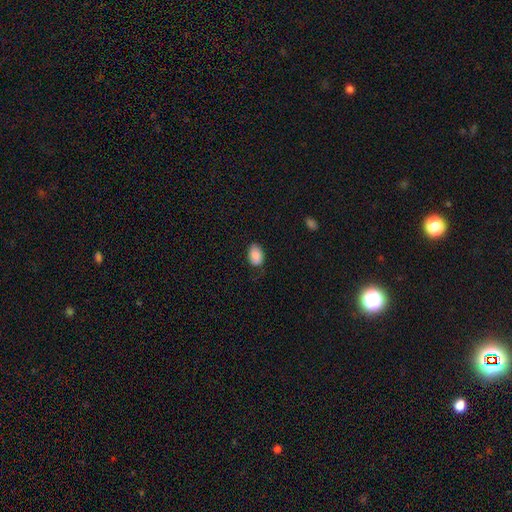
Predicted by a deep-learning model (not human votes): Overall: smooth (85%). How rounded: in between (85%). Merging: none (76%).